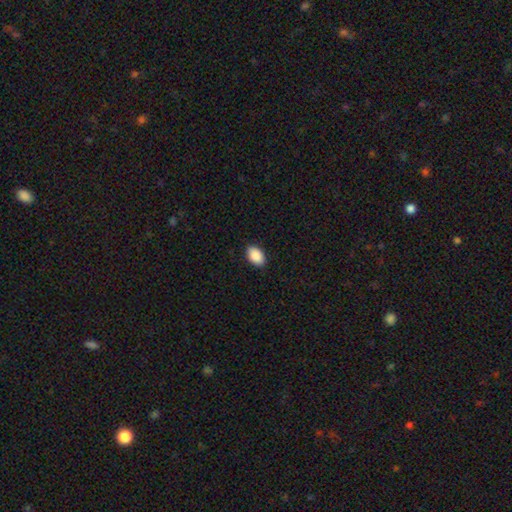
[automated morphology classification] smooth 90%, star or artifact 7%, featured or disk 3%. Down the decision tree: how rounded — in between (91%); merging — none (89%).